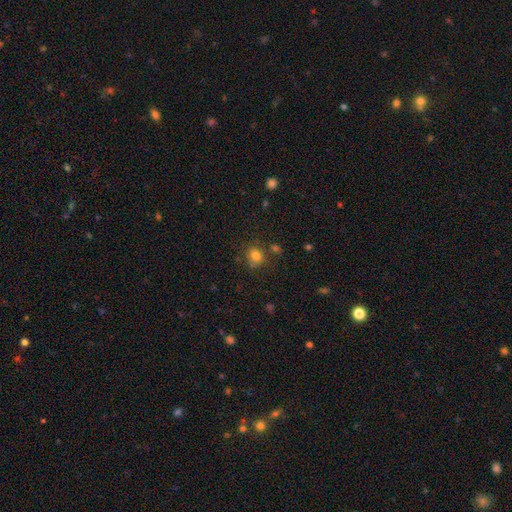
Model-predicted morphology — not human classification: A smooth galaxy with no disk features (79%) that is round (65%).

Vote fractions:
- Smooth or featured? smooth: 79% / star or artifact: 14% / featured or disk: 7%
- How rounded? round: 65% / in between: 34% / cigar-shaped: 1%
- Merging? none: 68% / minor disturbance: 17% / merger: 9% / major disturbance: 6%